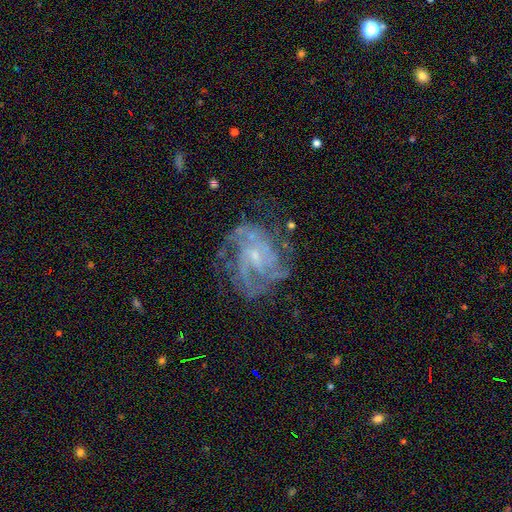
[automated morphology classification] Q: Smooth or featured?
A: featured or disk (85%); runner-up: star or artifact (8%)
Q: Edge-on disk?
A: no (98%); runner-up: yes (2%)
Q: Bar?
A: no (48%); runner-up: weak (43%)
Q: Spiral arms?
A: yes (94%); runner-up: no (6%)
Q: Spiral winding?
A: tight (48%); runner-up: medium (42%)
Q: Spiral arm count?
A: 3 (26%); runner-up: can't tell (25%)
Q: Bulge size?
A: small (67%); runner-up: moderate (17%)
Q: Merging?
A: none (66%); runner-up: minor disturbance (19%)